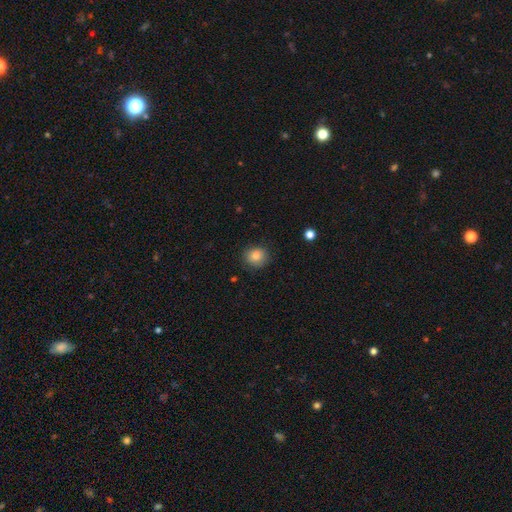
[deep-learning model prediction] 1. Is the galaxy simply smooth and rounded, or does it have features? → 85% smooth, 10% star or artifact, 5% featured or disk.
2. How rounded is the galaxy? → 79% round, 20% in between, 1% cigar-shaped.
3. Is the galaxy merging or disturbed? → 83% none, 13% minor disturbance, 3% major disturbance, 1% merger.